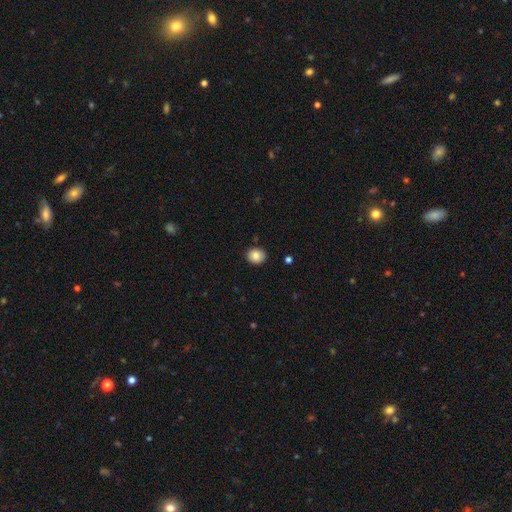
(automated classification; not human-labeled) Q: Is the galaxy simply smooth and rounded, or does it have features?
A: smooth — 85%.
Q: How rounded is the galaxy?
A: round — 71%.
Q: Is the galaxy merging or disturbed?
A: none — 88%.